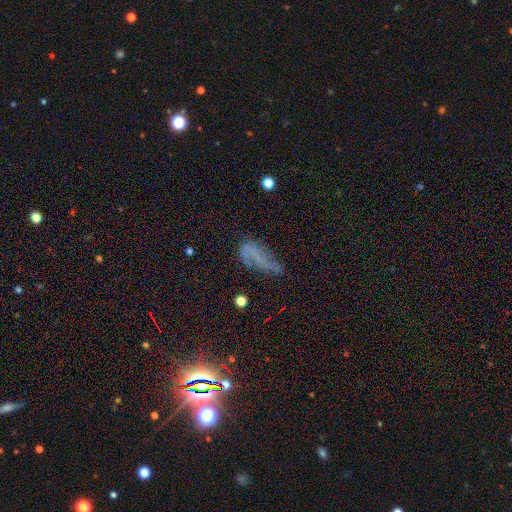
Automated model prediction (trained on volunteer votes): smooth-or-featured: featured or disk: 44% | smooth: 36% | star or artifact: 20%
  merging: none: 35% | major disturbance: 31% | minor disturbance: 30% | merger: 4%